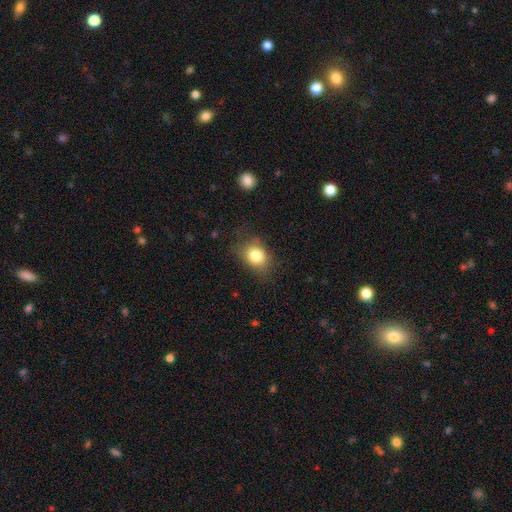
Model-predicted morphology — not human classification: A smooth galaxy with no disk features (82%) that is in between round and cigar-shaped (60%). Merging: none (67%).